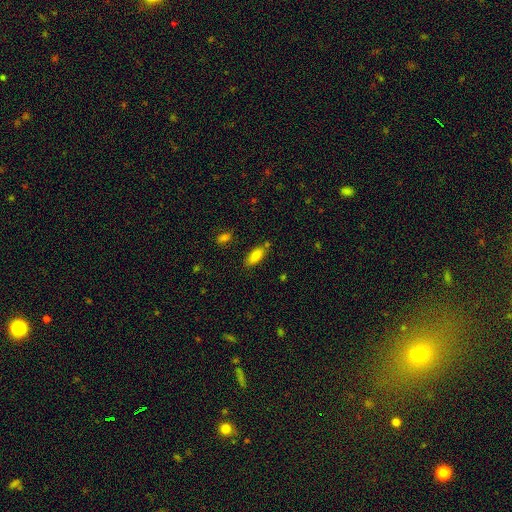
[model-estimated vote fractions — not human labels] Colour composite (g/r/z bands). It shows a smooth galaxy with no disk features (85%) that is in between round and cigar-shaped (80%). Merging: none (74%).